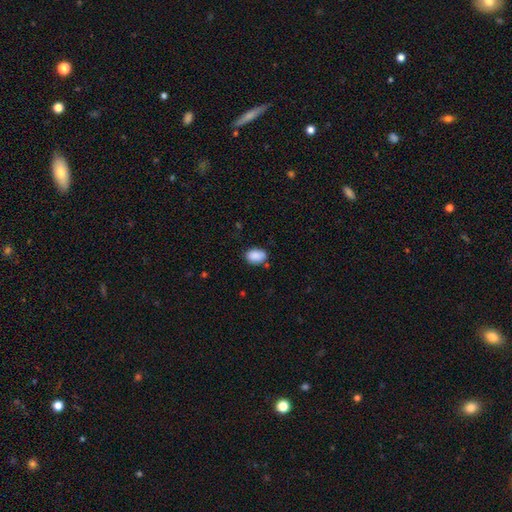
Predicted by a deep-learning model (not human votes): This is clearly a smooth galaxy (89%). How rounded: clearly in between (81%). Merging: likely none (76%).